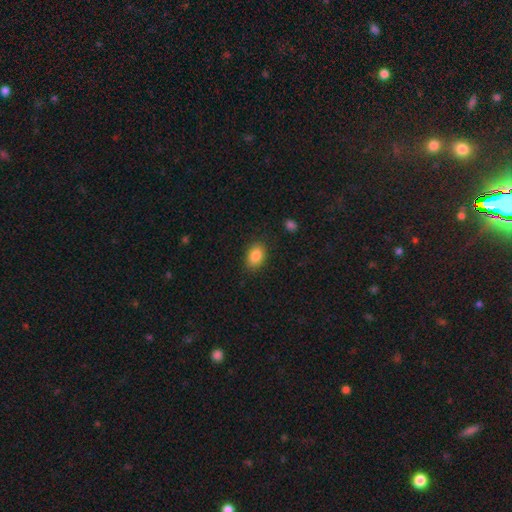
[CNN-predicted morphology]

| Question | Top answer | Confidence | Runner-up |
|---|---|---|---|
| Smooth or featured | smooth | 86% | star or artifact (8%) |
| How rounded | in between | 82% | round (16%) |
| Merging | none | 85% | minor disturbance (11%) |